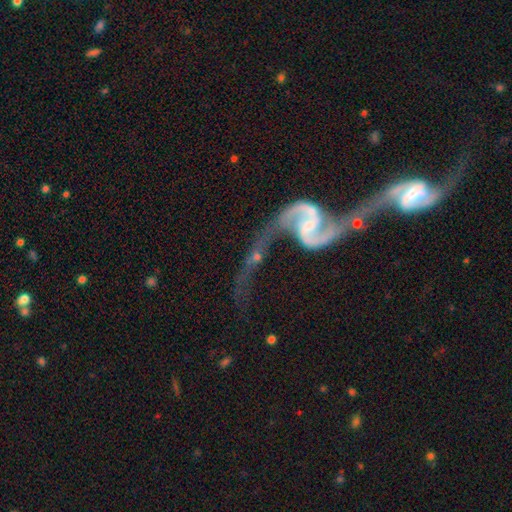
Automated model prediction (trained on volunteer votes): A featured or disk galaxy (89%) with a weak bar (44%), 2 (92%) loose (68%) spiral arms (94%) and a small central bulge (55%).

Vote fractions:
- Smooth or featured? featured or disk: 89% / star or artifact: 6% / smooth: 6%
- Edge-on disk? no: 95% / yes: 5%
- Bar? weak: 44% / no: 37% / strong: 20%
- Spiral arms? yes: 94% / no: 6%
- Spiral winding? loose: 68% / medium: 25% / tight: 7%
- Spiral arm count? 2: 92% / 1: 3% / can't tell: 2% / 3: 1% / 4: 1% / more than 4: 1%
- Bulge size? small: 55% / moderate: 25% / none: 16% / large: 3% / dominant: 1%
- Merging? merger: 35% / none: 29% / major disturbance: 23% / minor disturbance: 13%